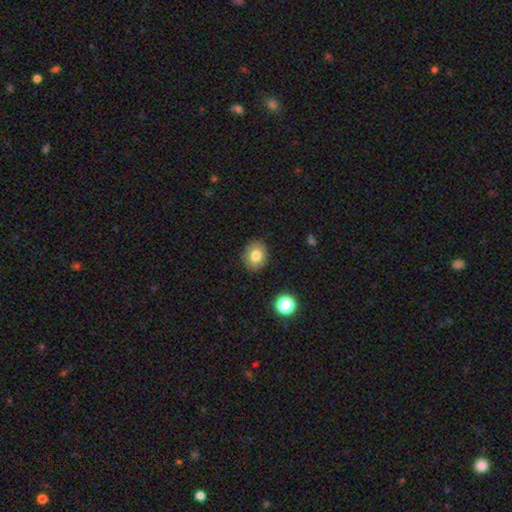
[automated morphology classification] A smooth galaxy with no disk features (77%) that is round (54%).

Vote fractions:
- Smooth or featured? smooth: 77% / featured or disk: 13% / star or artifact: 10%
- How rounded? round: 54% / in between: 45% / cigar-shaped: 1%
- Merging? none: 86% / minor disturbance: 10% / major disturbance: 2% / merger: 1%